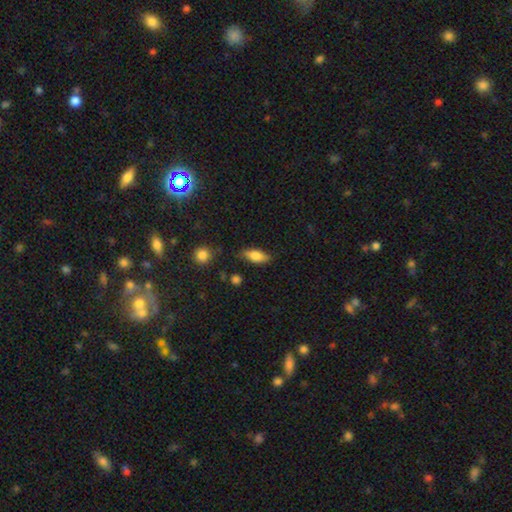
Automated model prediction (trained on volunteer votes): Overall: smooth (77%). How rounded: in between (76%). Merging: none (77%).